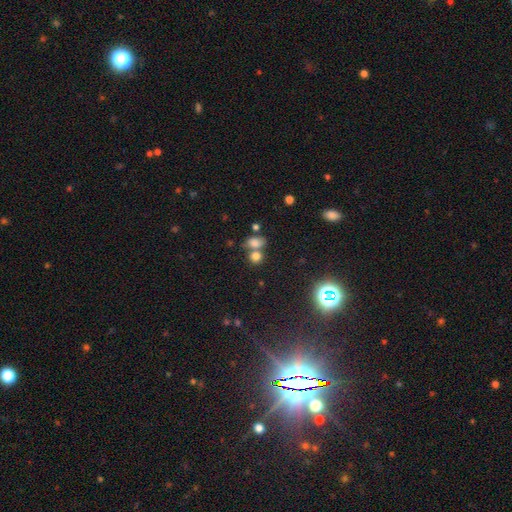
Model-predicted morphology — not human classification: Smooth or featured: smooth — 74% (star or artifact — 17%)
How rounded: round — 57% (in between — 41%)
Merging: none — 44% (merger — 42%)